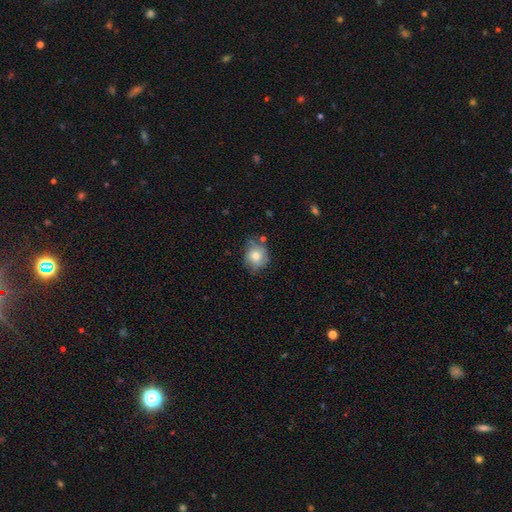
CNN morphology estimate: Q: Smooth or featured?
A: smooth (72%); runner-up: featured or disk (19%)
Q: How rounded?
A: round (76%); runner-up: in between (24%)
Q: Merging?
A: none (61%); runner-up: minor disturbance (27%)